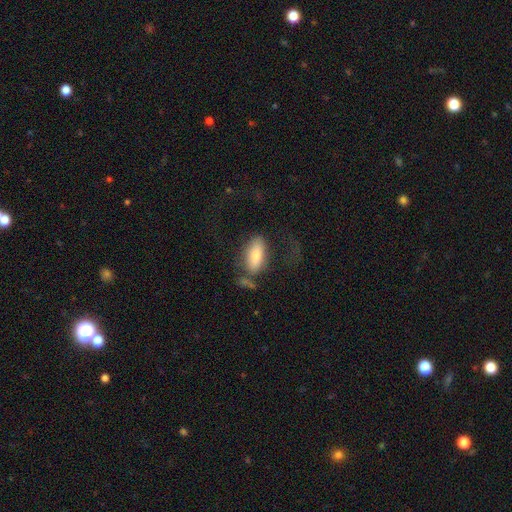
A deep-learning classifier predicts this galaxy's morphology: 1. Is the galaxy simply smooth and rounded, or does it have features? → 73% smooth, 20% featured or disk, 7% star or artifact.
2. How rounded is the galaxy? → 84% in between, 14% cigar-shaped, 3% round.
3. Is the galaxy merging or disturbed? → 44% none, 24% major disturbance, 21% minor disturbance, 10% merger.